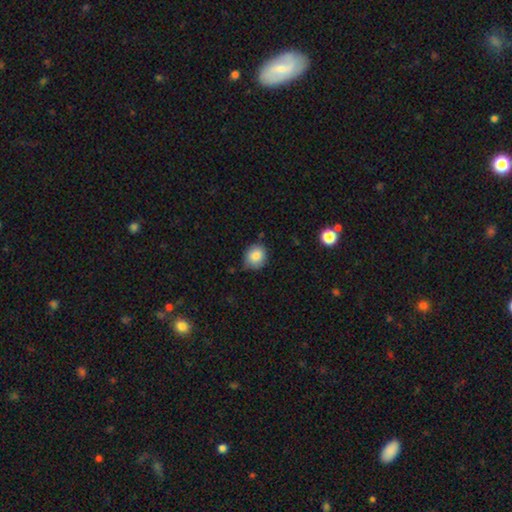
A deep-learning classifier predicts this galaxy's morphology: smooth_or_featured: smooth (p=0.85) [alt: star or artifact p=0.09]
how_rounded: round (p=0.78) [alt: in between p=0.21]
merging: none (p=0.72) [alt: minor disturbance p=0.22]